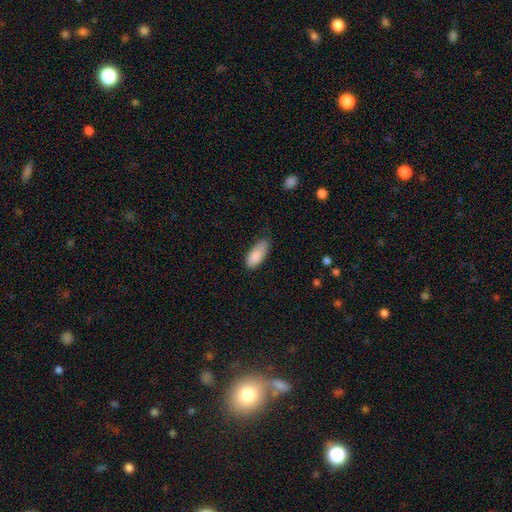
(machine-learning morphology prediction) smooth 88%, star or artifact 6%, featured or disk 5%. Down the decision tree: how rounded — in between (84%); merging — none (59%).